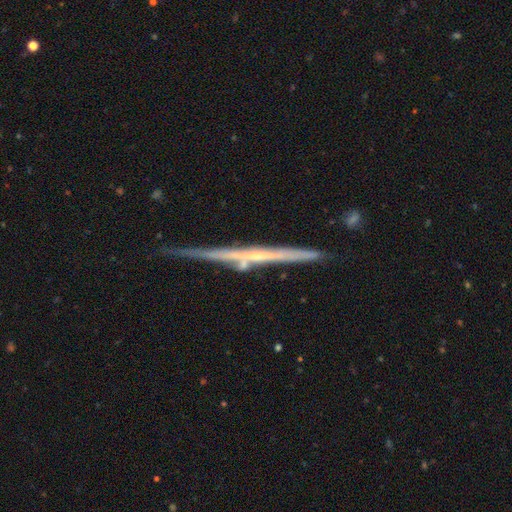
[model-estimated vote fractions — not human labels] This appears to be a featured or disk galaxy (75%) viewed edge-on (98%) with no central bulge (70%). Merging: none (77%).